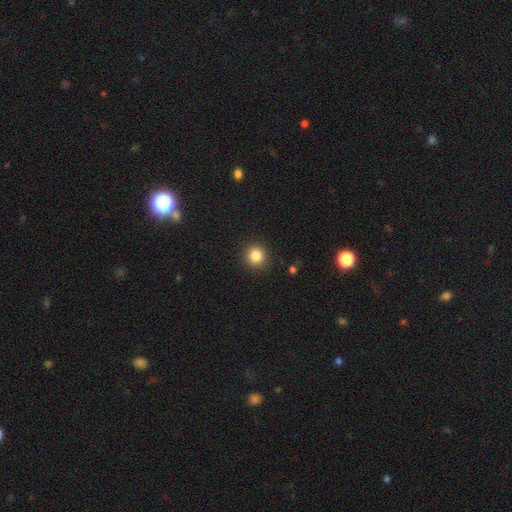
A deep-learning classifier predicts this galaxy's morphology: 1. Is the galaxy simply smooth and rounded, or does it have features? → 84% smooth, 11% star or artifact, 5% featured or disk.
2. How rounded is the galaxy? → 93% round, 6% in between, 1% cigar-shaped.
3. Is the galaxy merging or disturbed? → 91% none, 5% minor disturbance, 2% major disturbance, 1% merger.